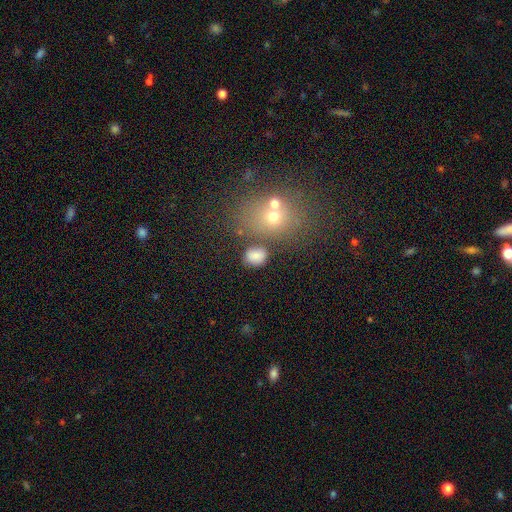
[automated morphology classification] Smooth or featured?
  - smooth: 77% *
  - star or artifact: 13%
  - featured or disk: 10%
How rounded?
  - in between: 55% *
  - round: 44%
  - cigar-shaped: 1%
Merging?
  - none: 69% *
  - minor disturbance: 15%
  - merger: 10%
  - major disturbance: 6%